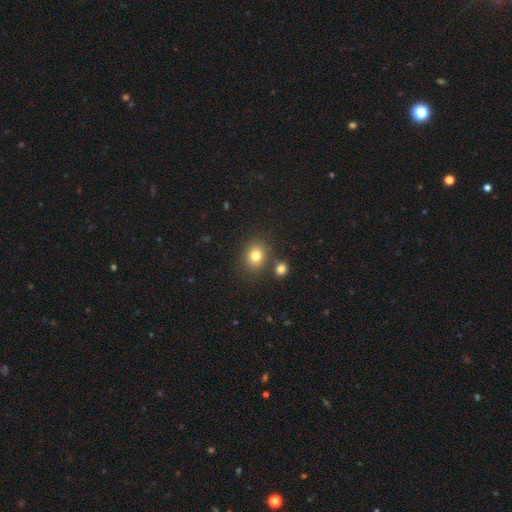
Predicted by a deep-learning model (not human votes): Smooth or featured? Predicted: smooth (p=0.79). How rounded? Predicted: round (p=0.66). Merging? Predicted: none (p=0.77).